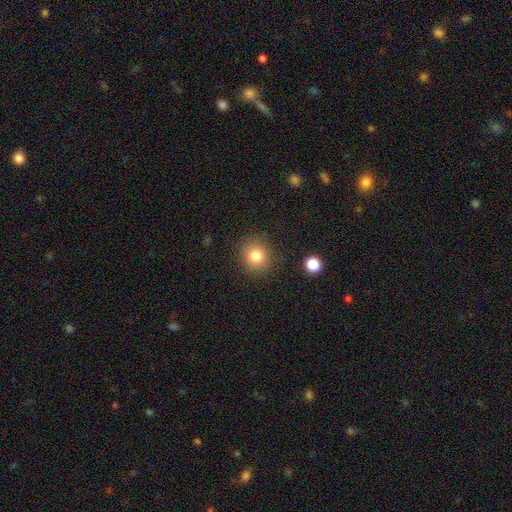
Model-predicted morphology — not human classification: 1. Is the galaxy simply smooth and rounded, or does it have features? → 80% smooth, 12% star or artifact, 8% featured or disk.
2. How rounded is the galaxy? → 88% round, 11% in between, 1% cigar-shaped.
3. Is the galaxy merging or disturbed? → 87% none, 8% minor disturbance, 3% major disturbance, 2% merger.